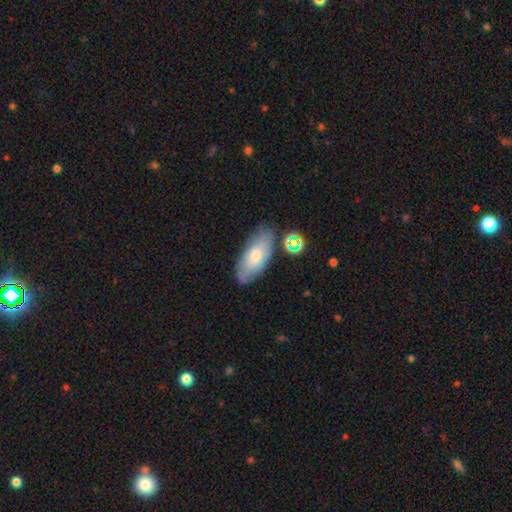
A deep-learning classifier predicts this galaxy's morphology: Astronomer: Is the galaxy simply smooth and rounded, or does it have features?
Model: smooth — 62%.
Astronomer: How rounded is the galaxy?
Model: in between — 85%.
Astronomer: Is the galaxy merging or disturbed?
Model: none — 72%.